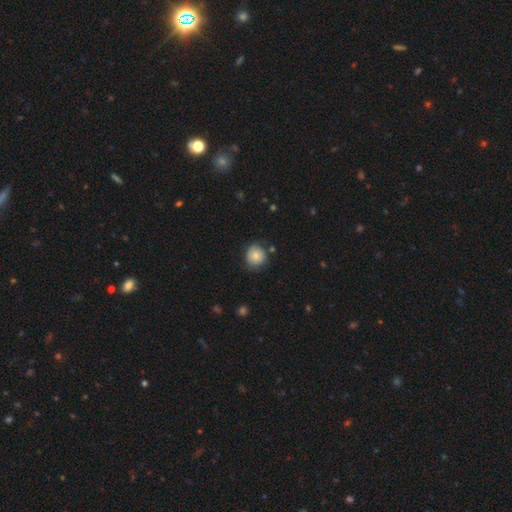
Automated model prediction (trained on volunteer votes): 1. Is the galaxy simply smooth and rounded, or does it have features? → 79% smooth, 13% featured or disk, 8% star or artifact.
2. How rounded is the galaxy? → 87% round, 12% in between, 1% cigar-shaped.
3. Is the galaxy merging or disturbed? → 75% none, 18% minor disturbance, 4% major disturbance, 3% merger.